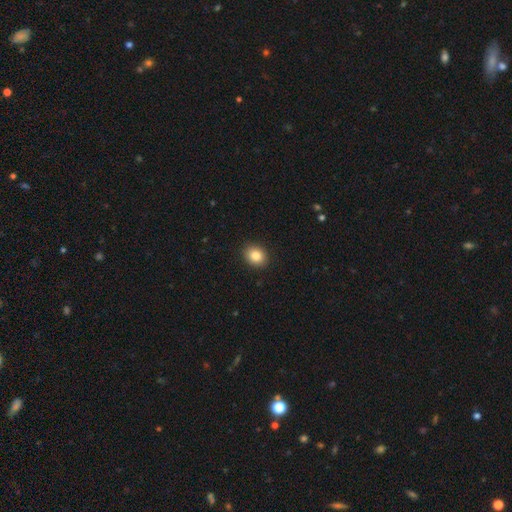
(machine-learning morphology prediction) smooth-or-featured: smooth: 85% | star or artifact: 9% | featured or disk: 6%
  how-rounded: round: 57% | in between: 42% | cigar-shaped: 1%
  merging: none: 91% | minor disturbance: 7% | major disturbance: 2% | merger: 1%